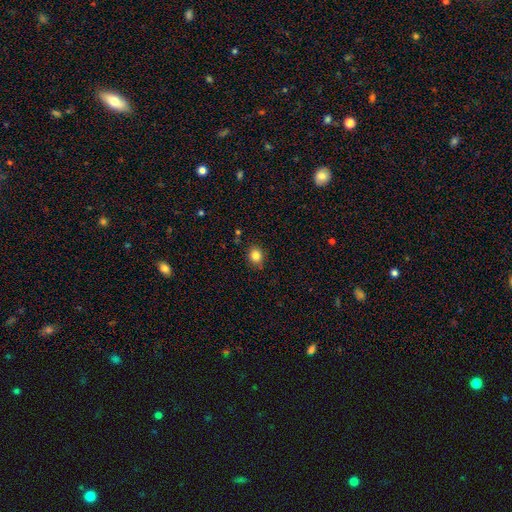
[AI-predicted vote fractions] Smooth or featured: smooth — 84% (star or artifact — 11%)
How rounded: round — 66% (in between — 33%)
Merging: none — 84% (minor disturbance — 12%)